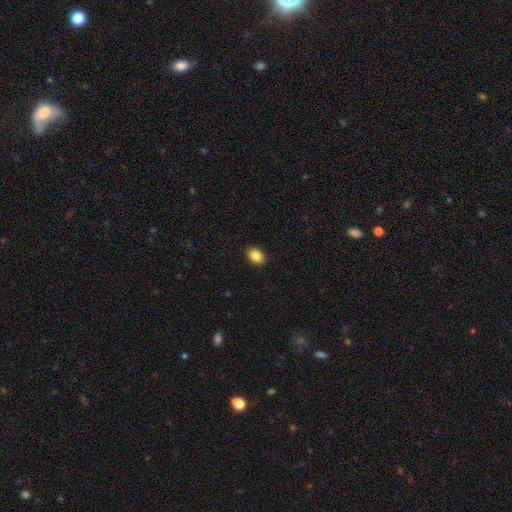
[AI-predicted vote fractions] Q: Smooth or featured?
A: smooth (85%); runner-up: star or artifact (8%)
Q: How rounded?
A: in between (76%); runner-up: round (23%)
Q: Merging?
A: none (91%); runner-up: minor disturbance (6%)